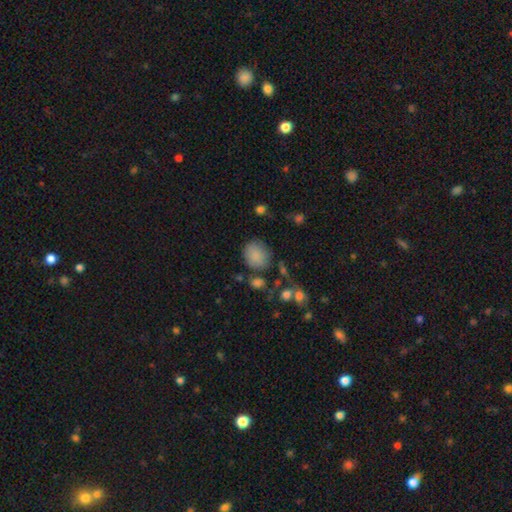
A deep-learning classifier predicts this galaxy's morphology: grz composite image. It shows a smooth galaxy with no disk features (84%) that is round (64%). Merging: none (70%).